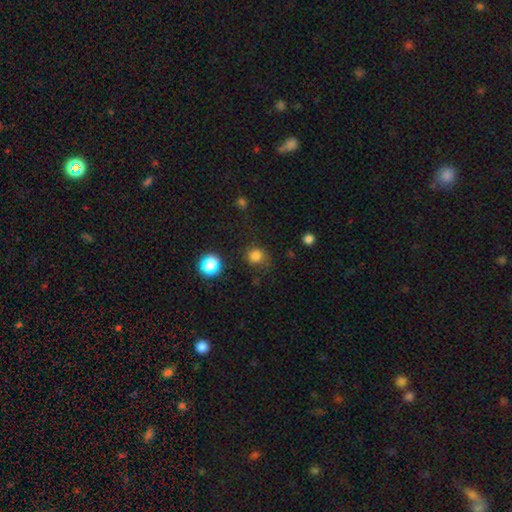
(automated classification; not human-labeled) The model was most divided on "merging": none: 71%, minor disturbance: 19%, major disturbance: 8%, merger: 3%. More confident: how rounded — round (85%); smooth or featured — smooth (80%).